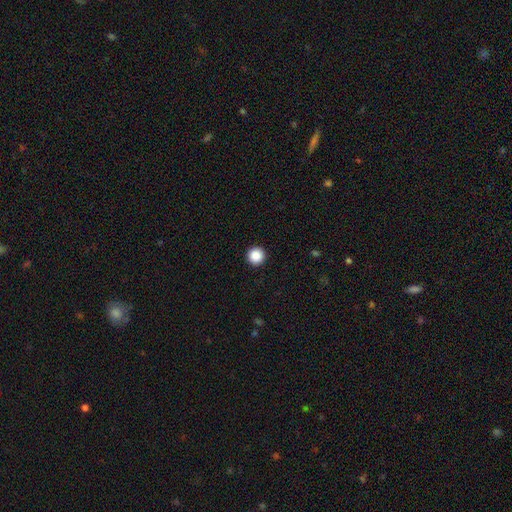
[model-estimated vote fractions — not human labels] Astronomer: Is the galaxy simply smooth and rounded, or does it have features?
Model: smooth — 88%.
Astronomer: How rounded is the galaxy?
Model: round — 97%.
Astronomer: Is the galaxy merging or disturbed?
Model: none — 94%.